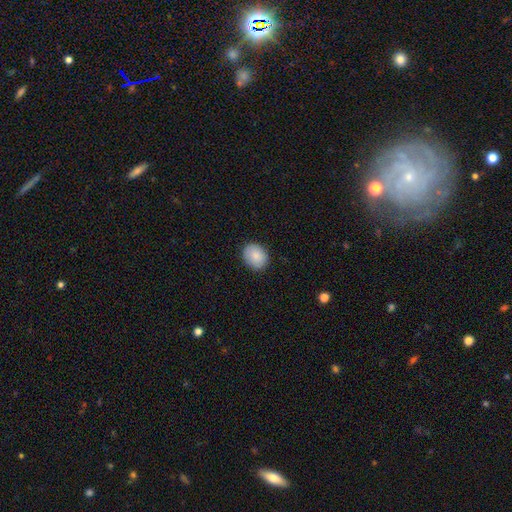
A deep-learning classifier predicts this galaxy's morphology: Smooth or featured?
  - smooth: 87% *
  - star or artifact: 7%
  - featured or disk: 6%
How rounded?
  - round: 57% *
  - in between: 42%
  - cigar-shaped: 1%
Merging?
  - none: 88% *
  - minor disturbance: 9%
  - major disturbance: 2%
  - merger: 1%